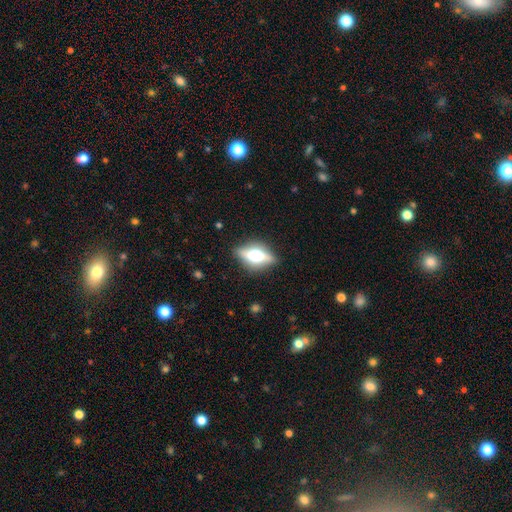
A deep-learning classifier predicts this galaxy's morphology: smooth-or-featured: featured or disk: 57% | smooth: 35% | star or artifact: 8%
  disk-edge-on: yes: 85% | no: 15%
  merging: none: 83% | minor disturbance: 12% | major disturbance: 4% | merger: 1%